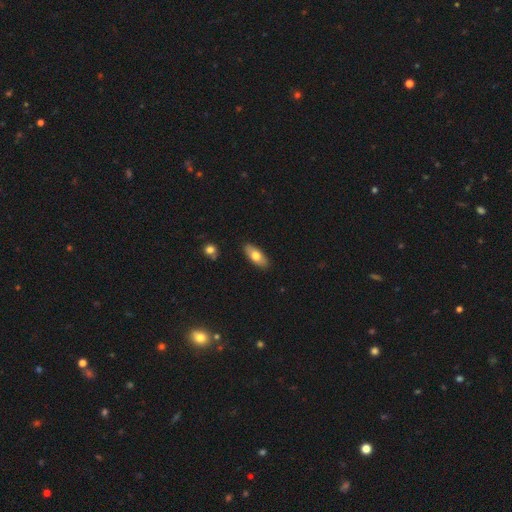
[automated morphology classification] This appears to be a smooth galaxy with no disk features (72%) that is in between round and cigar-shaped (83%). Merging: none (88%).